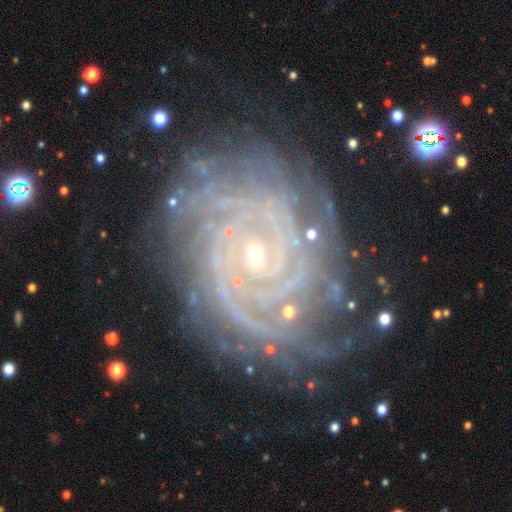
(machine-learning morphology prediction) type=featured or disk (90%); edge-on=no (98%); bar=no (62%); spiral arms=yes (98%); winding=tight (83%); arm count=can't tell (21%); bulge=small (80%); merging=none (74%).